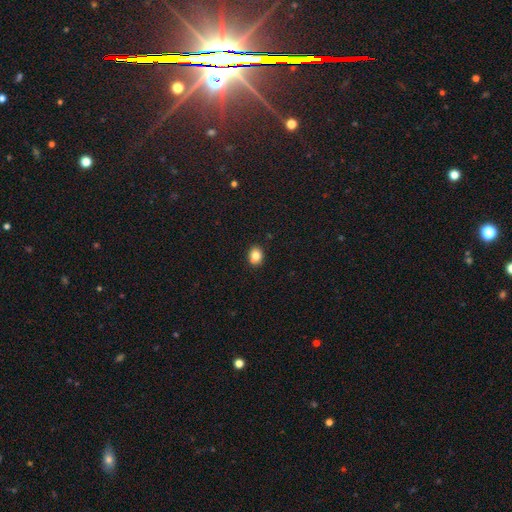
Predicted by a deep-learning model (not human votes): Smooth or featured: smooth — 80% (star or artifact — 11%)
How rounded: round — 56% (in between — 43%)
Merging: none — 79% (minor disturbance — 11%)